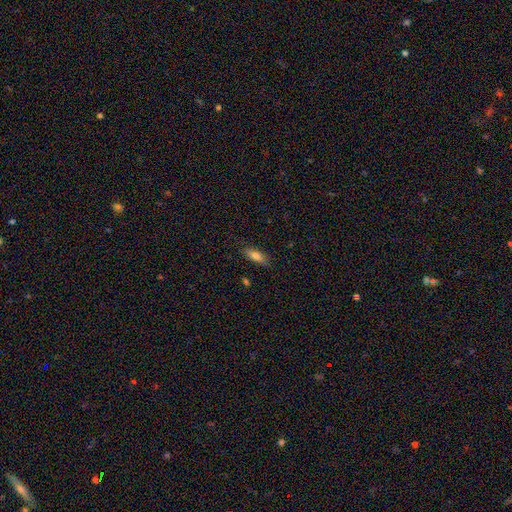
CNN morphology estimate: Smooth or featured?
  - smooth: 72% *
  - featured or disk: 21%
  - star or artifact: 8%
How rounded?
  - in between: 58% *
  - cigar-shaped: 39%
  - round: 3%
Merging?
  - none: 84% *
  - minor disturbance: 12%
  - major disturbance: 2%
  - merger: 2%